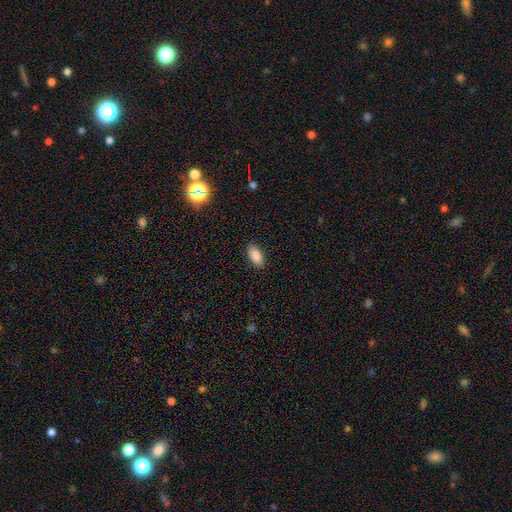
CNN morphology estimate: smooth_or_featured: smooth (p=0.88) [alt: star or artifact p=0.08]
how_rounded: in between (p=0.91) [alt: cigar-shaped p=0.07]
merging: none (p=0.88) [alt: minor disturbance p=0.09]